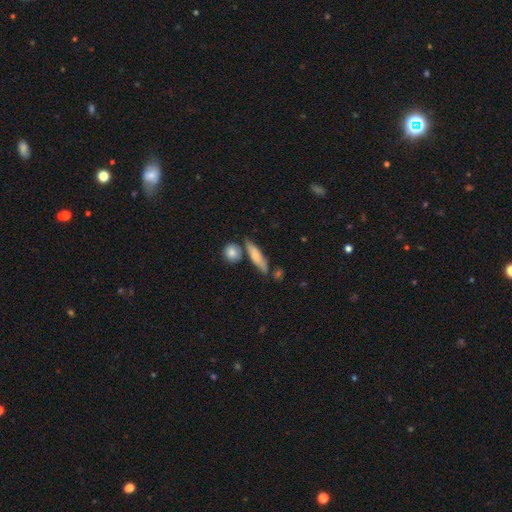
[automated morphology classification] The model was most divided on "smooth or featured": smooth: 66%, featured or disk: 28%, star or artifact: 7%. More confident: merging — none (70%); how rounded — cigar-shaped (67%).